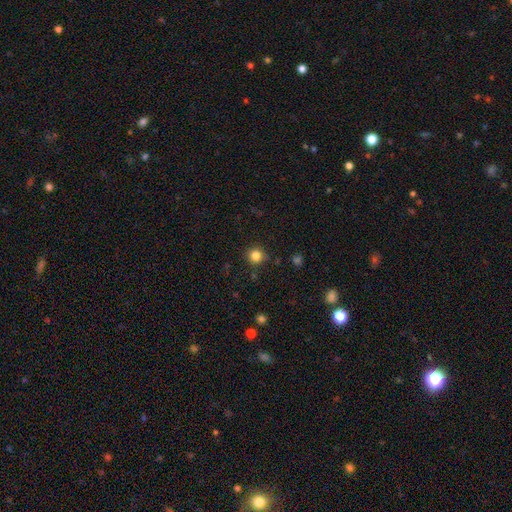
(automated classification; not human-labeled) A smooth galaxy with no disk features (83%) that is round (93%).

Vote fractions:
- Smooth or featured? smooth: 83% / star or artifact: 12% / featured or disk: 5%
- How rounded? round: 93% / in between: 6% / cigar-shaped: 1%
- Merging? none: 89% / minor disturbance: 7% / major disturbance: 2% / merger: 2%